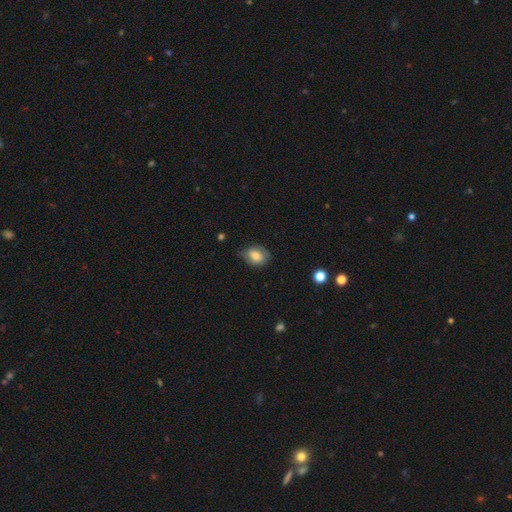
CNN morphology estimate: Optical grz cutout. It shows a smooth galaxy with no disk features (76%) that is in between round and cigar-shaped (69%). Merging: none (62%).